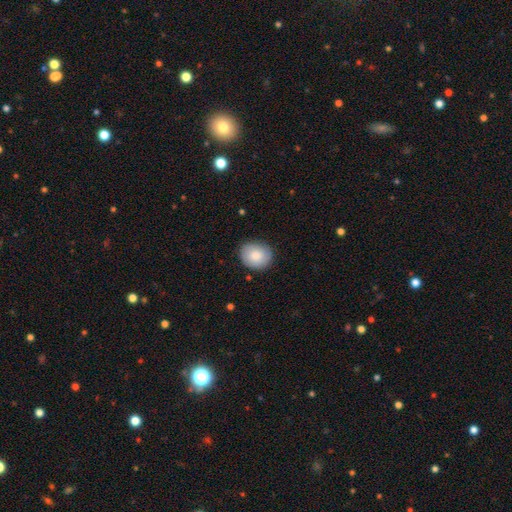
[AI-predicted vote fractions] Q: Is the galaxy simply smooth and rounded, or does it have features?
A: smooth — 82%.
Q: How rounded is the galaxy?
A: round — 68%.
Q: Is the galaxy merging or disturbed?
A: none — 85%.